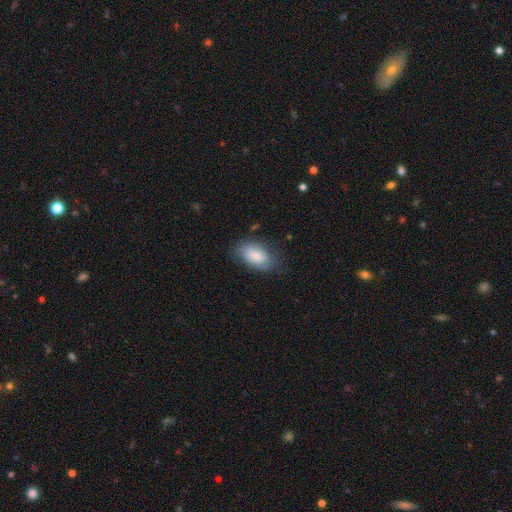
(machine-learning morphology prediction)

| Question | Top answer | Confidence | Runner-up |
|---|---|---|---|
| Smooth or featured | smooth | 80% | featured or disk (14%) |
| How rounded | in between | 93% | round (5%) |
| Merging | none | 70% | minor disturbance (21%) |